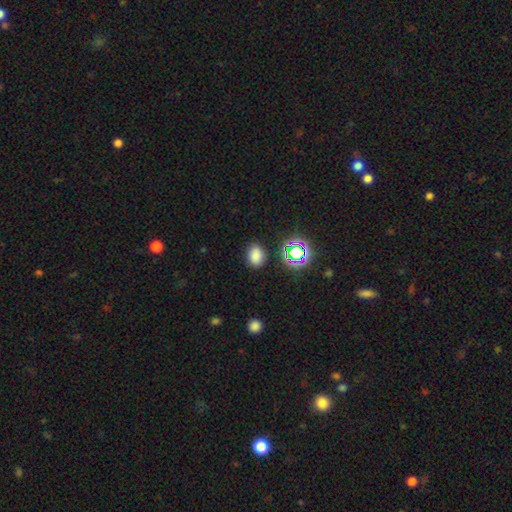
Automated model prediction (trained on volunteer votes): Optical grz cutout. It shows a smooth galaxy with no disk features (77%) that is in between round and cigar-shaped (67%). Merging: none (84%).